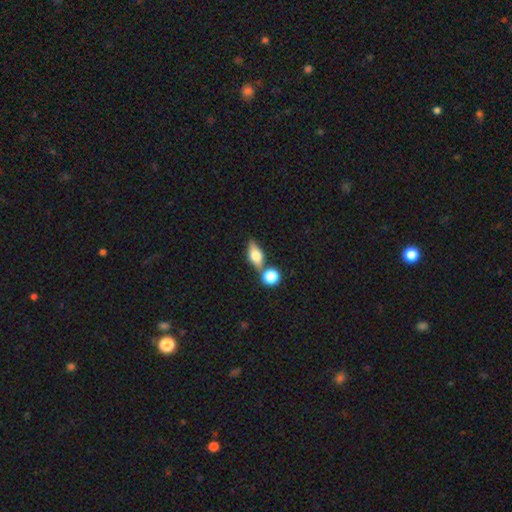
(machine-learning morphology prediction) Overall: smooth (58%; featured or disk 32%). How rounded: in between (69%). Merging: none (60%; merger 24%).